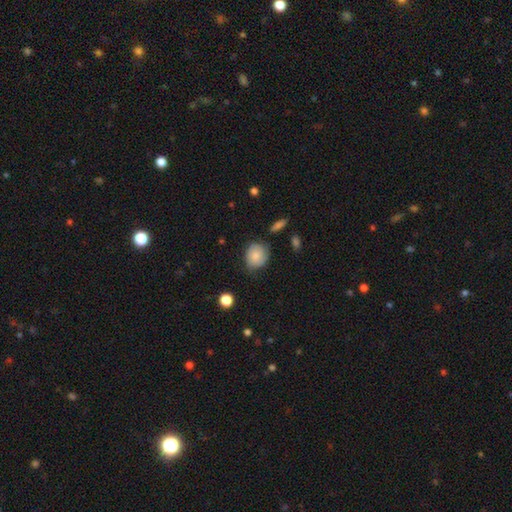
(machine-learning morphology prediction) smooth_or_featured: smooth (p=0.76) [alt: featured or disk p=0.16]
how_rounded: round (p=0.66) [alt: in between p=0.33]
merging: none (p=0.64) [alt: minor disturbance p=0.28]